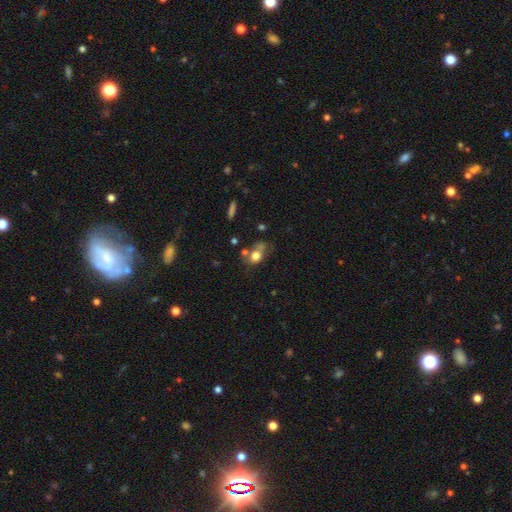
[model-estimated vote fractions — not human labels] Smooth or featured? smooth (72%)
How rounded? in between (50%)
Merging? none (37%)